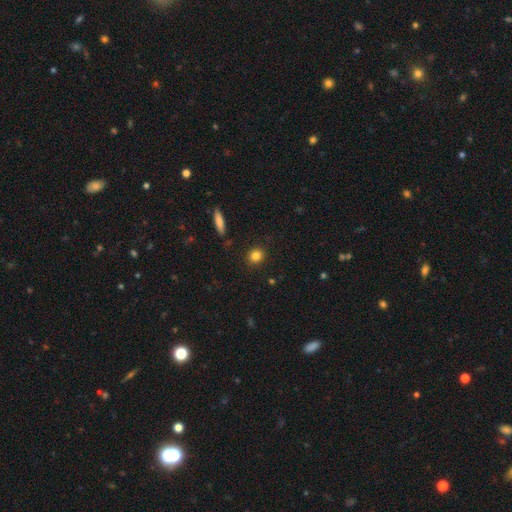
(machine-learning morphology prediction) This is clearly a smooth galaxy (82%). How rounded: likely round (80%). Merging: clearly none (90%).